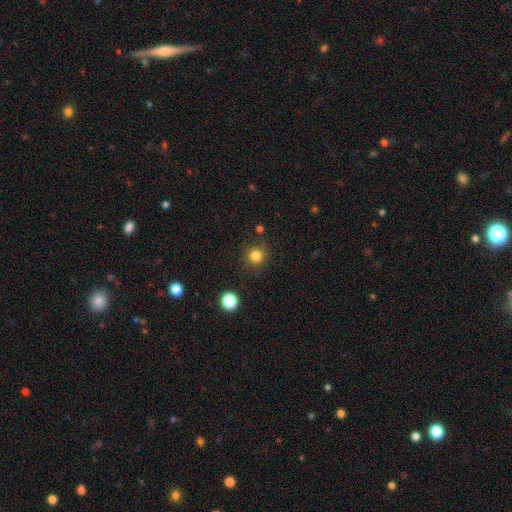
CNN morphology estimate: Q: Smooth or featured?
A: smooth (82%); runner-up: star or artifact (13%)
Q: How rounded?
A: round (92%); runner-up: in between (7%)
Q: Merging?
A: none (84%); runner-up: minor disturbance (10%)